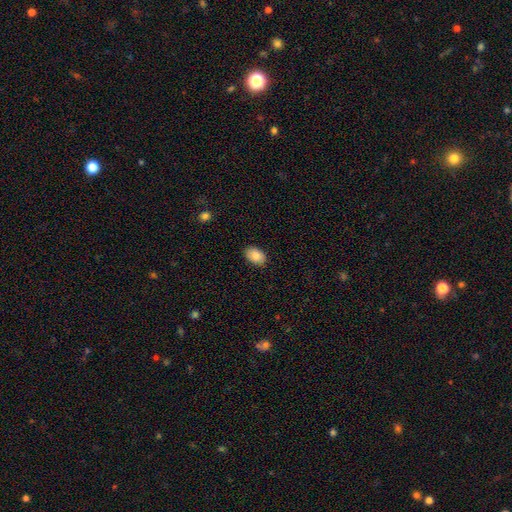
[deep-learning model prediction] A smooth galaxy with no disk features (87%) that is in between round and cigar-shaped (87%).

Vote fractions:
- Smooth or featured? smooth: 87% / star or artifact: 7% / featured or disk: 6%
- How rounded? in between: 87% / round: 12% / cigar-shaped: 1%
- Merging? none: 88% / minor disturbance: 9% / major disturbance: 2% / merger: 1%